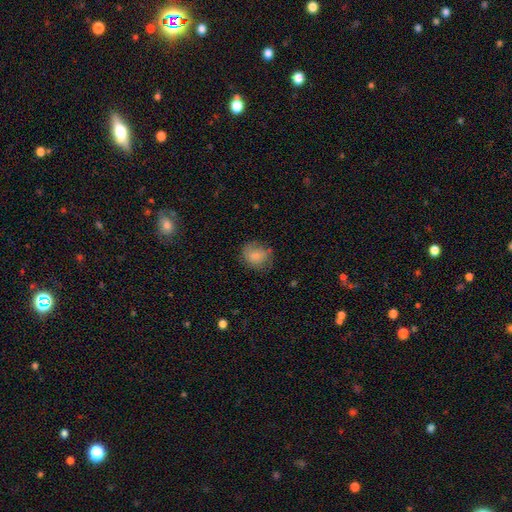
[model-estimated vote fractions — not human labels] This appears to be a smooth galaxy with no disk features (76%) that is round (65%). Merging: none (65%).